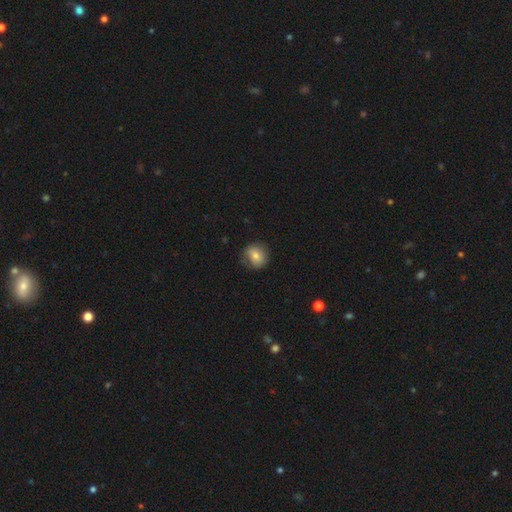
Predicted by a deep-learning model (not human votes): Smooth or featured: smooth — 71% (featured or disk — 20%)
How rounded: round — 78% (in between — 21%)
Merging: none — 72% (minor disturbance — 20%)